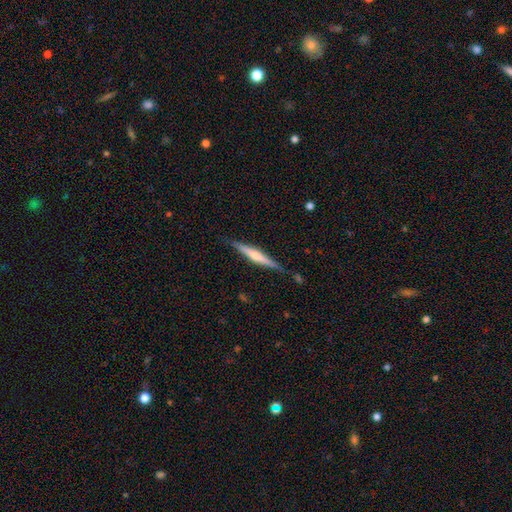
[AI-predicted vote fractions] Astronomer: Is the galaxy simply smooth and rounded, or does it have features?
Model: featured or disk — 62%.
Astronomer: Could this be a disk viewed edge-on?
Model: yes — 97%.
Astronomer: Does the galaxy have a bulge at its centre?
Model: rounded — 68%.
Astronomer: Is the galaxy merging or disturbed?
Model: none — 86%.